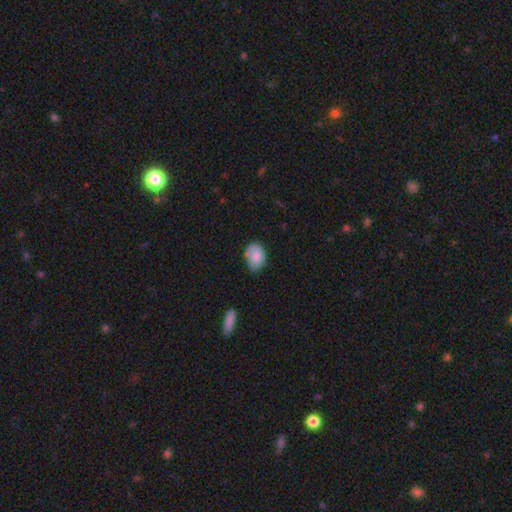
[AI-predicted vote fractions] Q: Smooth or featured?
A: smooth (84%); runner-up: featured or disk (8%)
Q: How rounded?
A: in between (81%); runner-up: round (18%)
Q: Merging?
A: none (58%); runner-up: minor disturbance (34%)